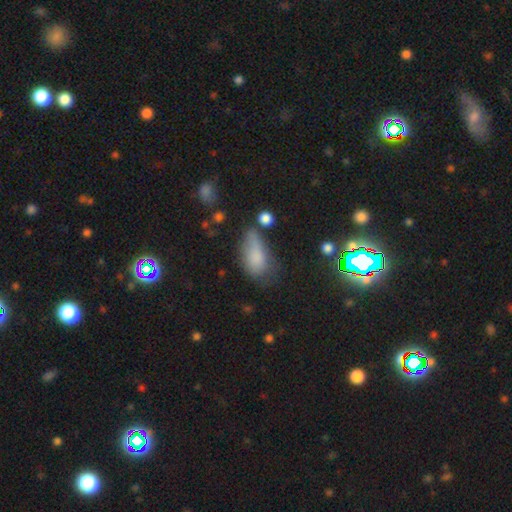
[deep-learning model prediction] smooth-or-featured: smooth: 71% | star or artifact: 15% | featured or disk: 14%
  how-rounded: in between: 87% | round: 6% | cigar-shaped: 6%
  merging: minor disturbance: 35% | none: 34% | major disturbance: 22% | merger: 9%